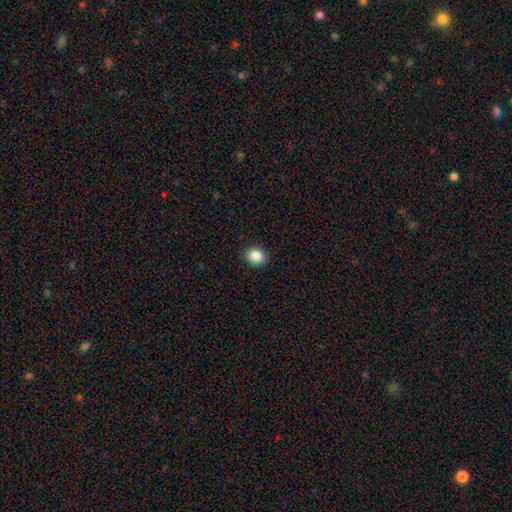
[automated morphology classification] Smooth or featured?
  - smooth: 87% *
  - star or artifact: 9%
  - featured or disk: 4%
How rounded?
  - round: 69% *
  - in between: 30%
  - cigar-shaped: 1%
Merging?
  - none: 90% *
  - minor disturbance: 7%
  - major disturbance: 2%
  - merger: 1%